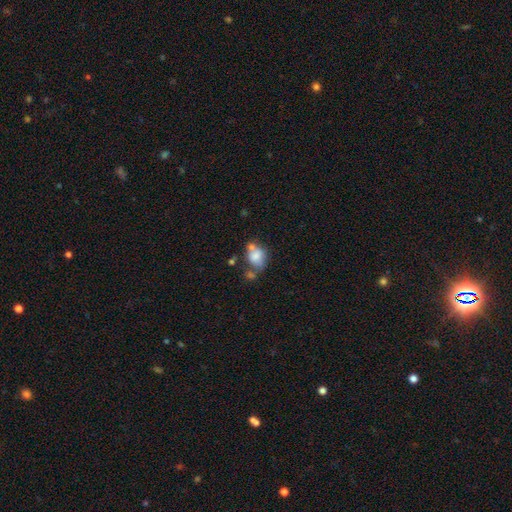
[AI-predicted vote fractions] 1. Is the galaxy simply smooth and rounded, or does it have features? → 68% smooth, 22% featured or disk, 10% star or artifact.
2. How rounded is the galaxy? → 69% in between, 29% round, 2% cigar-shaped.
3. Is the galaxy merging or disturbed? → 37% merger, 32% none, 20% minor disturbance, 12% major disturbance.